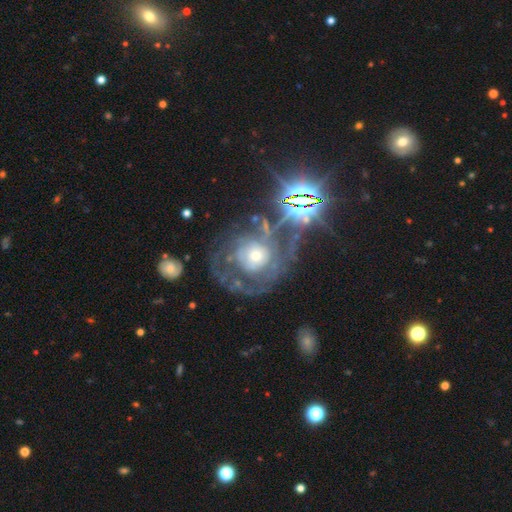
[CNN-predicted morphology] featured or disk 67%, star or artifact 18%, smooth 16%. Down the decision tree: edge-on disk — no (95%); bar — no (81%); spiral arms — yes (71%); bulge size — moderate (50%); merging — none (50%).